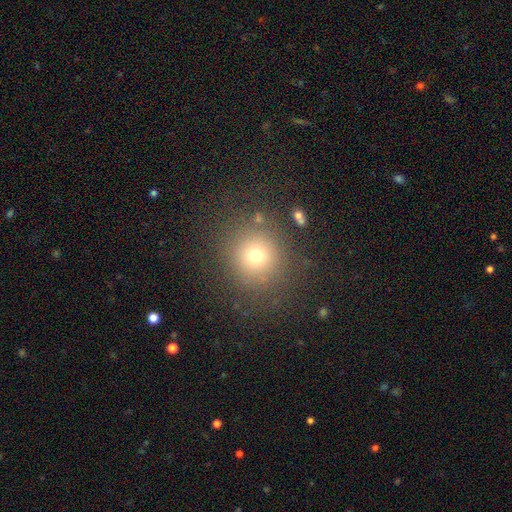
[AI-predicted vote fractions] A smooth galaxy with no disk features (71%) that is round (90%). Merging: none (83%).